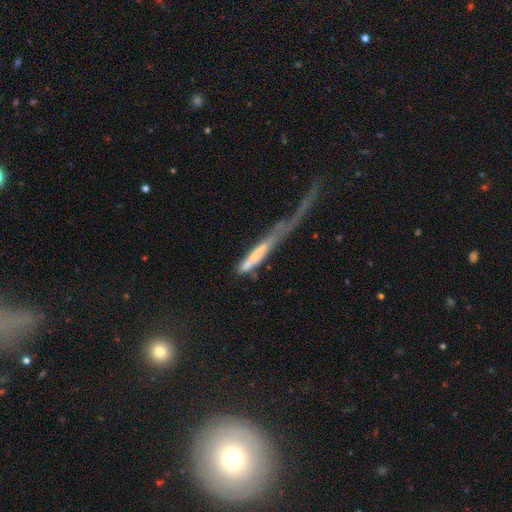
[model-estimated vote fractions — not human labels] smooth_or_featured: smooth (p=0.54) [alt: featured or disk p=0.37]
how_rounded: cigar-shaped (p=0.89) [alt: in between p=0.09]
merging: major disturbance (p=0.47) [alt: merger p=0.24]